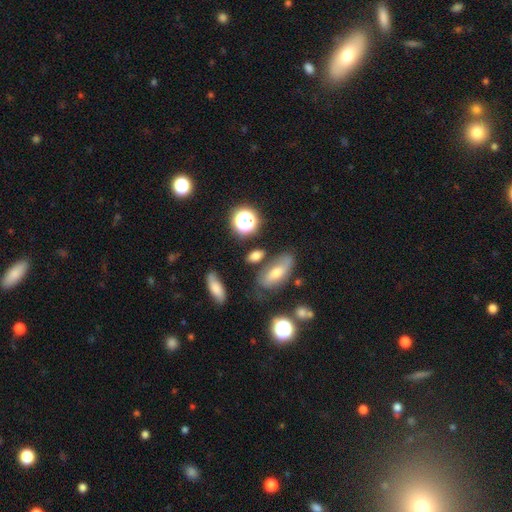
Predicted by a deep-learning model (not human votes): Smooth or featured: smooth — 64% (featured or disk — 18%)
How rounded: in between — 69% (round — 21%)
Merging: none — 66% (minor disturbance — 17%)